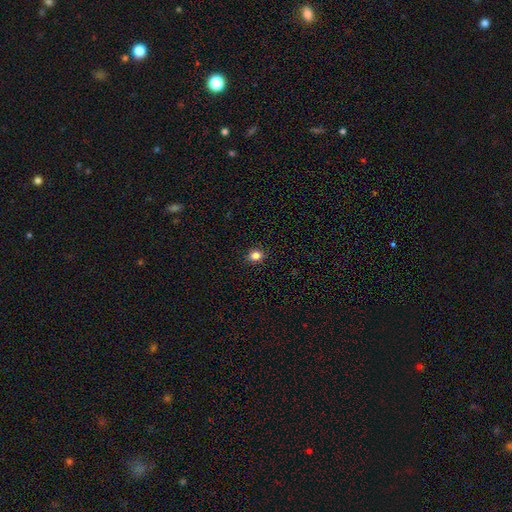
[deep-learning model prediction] Smooth or featured?
  - smooth: 83% *
  - star or artifact: 12%
  - featured or disk: 5%
How rounded?
  - round: 73% *
  - in between: 26%
  - cigar-shaped: 1%
Merging?
  - none: 91% *
  - minor disturbance: 6%
  - major disturbance: 2%
  - merger: 1%